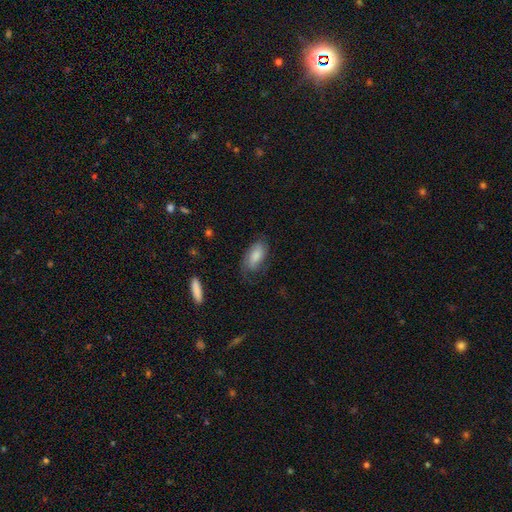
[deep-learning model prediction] Smooth or featured? smooth (72%)
How rounded? in between (89%)
Merging? none (61%)